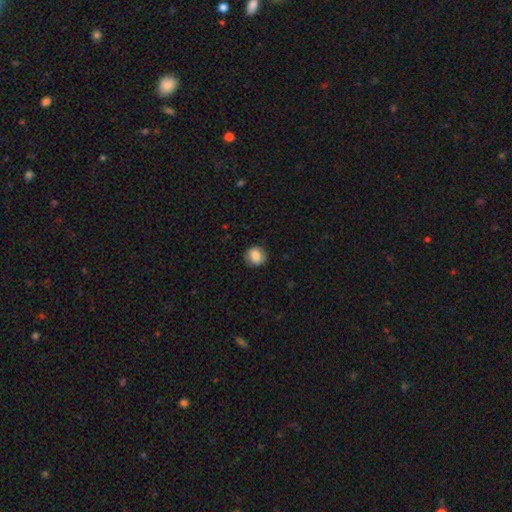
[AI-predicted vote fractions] smooth-or-featured: smooth: 83% | featured or disk: 8% | star or artifact: 8%
  how-rounded: round: 85% | in between: 14% | cigar-shaped: 1%
  merging: none: 86% | minor disturbance: 10% | major disturbance: 3% | merger: 1%